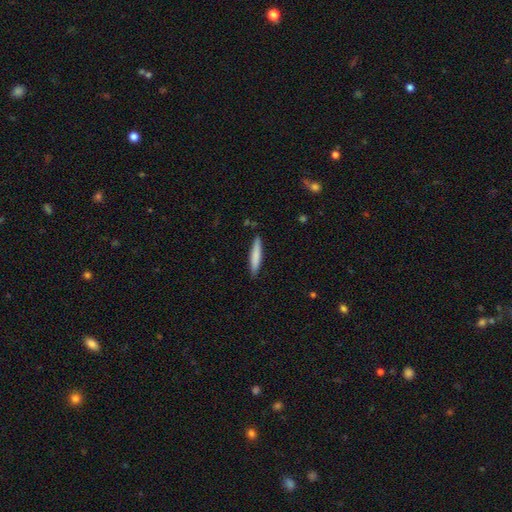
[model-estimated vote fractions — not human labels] This is likely a smooth galaxy (77%). How rounded: clearly cigar-shaped (91%). Merging: clearly none (87%).